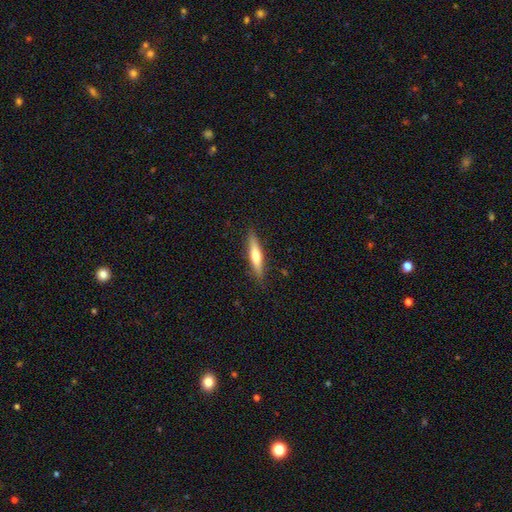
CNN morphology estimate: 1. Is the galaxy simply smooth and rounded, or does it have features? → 57% smooth, 37% featured or disk, 6% star or artifact.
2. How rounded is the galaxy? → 85% cigar-shaped, 14% in between, 1% round.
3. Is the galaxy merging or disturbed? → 88% none, 9% minor disturbance, 2% major disturbance, 1% merger.